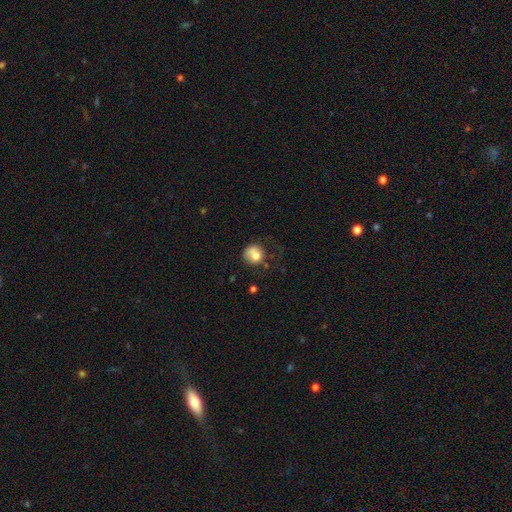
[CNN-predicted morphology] Overall: smooth (77%). How rounded: round (84%). Merging: none (54%; minor disturbance 26%).